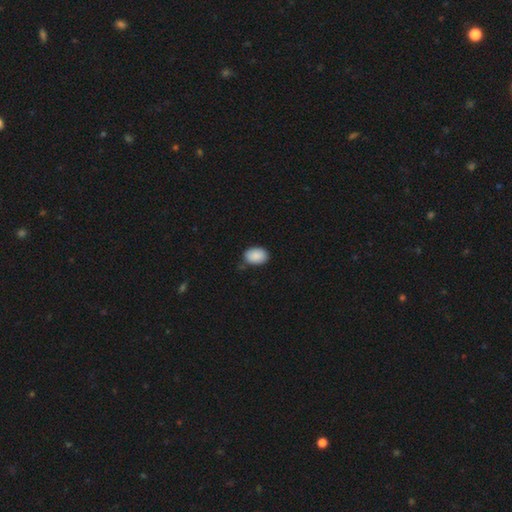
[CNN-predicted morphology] This appears to be a smooth galaxy with no disk features (90%) that is in between round and cigar-shaped (81%). Merging: none (81%).